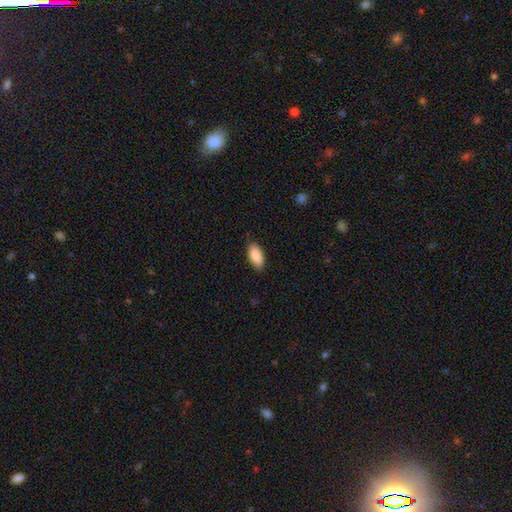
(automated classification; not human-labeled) smooth-or-featured: smooth: 89% | star or artifact: 6% | featured or disk: 5%
  how-rounded: in between: 90% | cigar-shaped: 7% | round: 2%
  merging: none: 82% | minor disturbance: 14% | major disturbance: 3% | merger: 1%